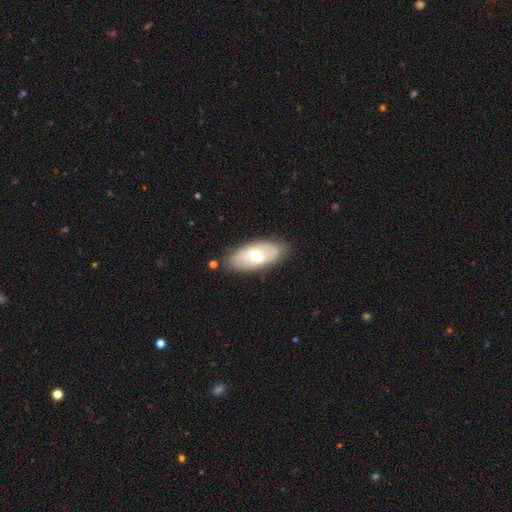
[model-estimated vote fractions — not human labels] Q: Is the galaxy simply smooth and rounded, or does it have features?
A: smooth — 56%.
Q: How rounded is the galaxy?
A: in between — 89%.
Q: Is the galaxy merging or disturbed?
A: none — 83%.